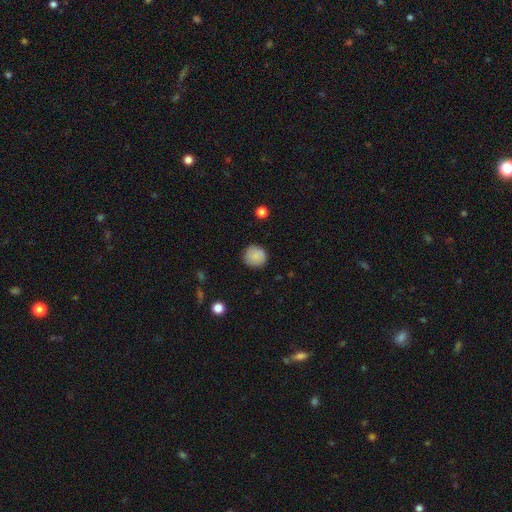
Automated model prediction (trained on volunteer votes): Smooth or featured? smooth (87%)
How rounded? round (92%)
Merging? none (88%)